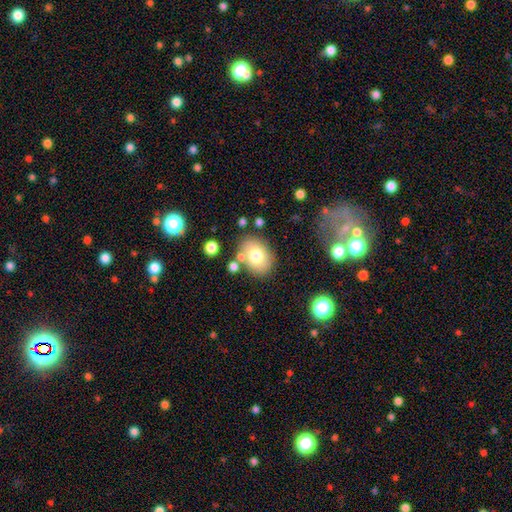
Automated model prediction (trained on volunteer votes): Overall: smooth (72%). How rounded: in between (65%; round 34%). Merging: none (75%).